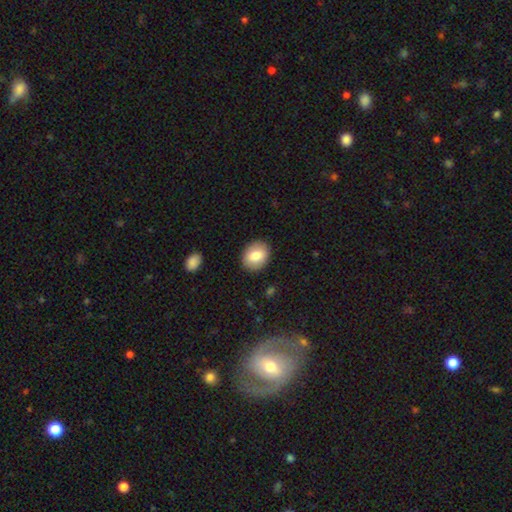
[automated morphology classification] Q: Smooth or featured?
A: smooth (82%); runner-up: featured or disk (11%)
Q: How rounded?
A: in between (60%); runner-up: round (39%)
Q: Merging?
A: none (88%); runner-up: minor disturbance (8%)